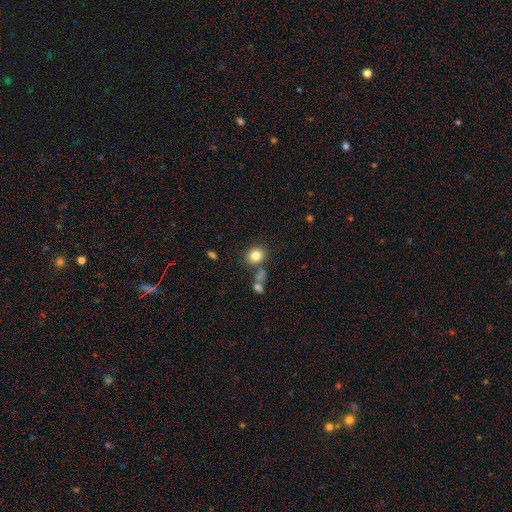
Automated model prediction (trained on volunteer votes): smooth-or-featured: smooth: 81% | star or artifact: 11% | featured or disk: 8%
  how-rounded: round: 71% | in between: 28% | cigar-shaped: 1%
  merging: none: 71% | minor disturbance: 12% | merger: 12% | major disturbance: 5%